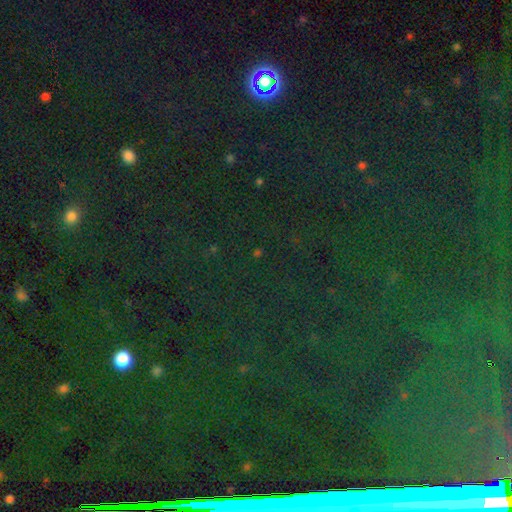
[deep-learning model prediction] smooth_or_featured: star or artifact (p=0.80) [alt: smooth p=0.12]